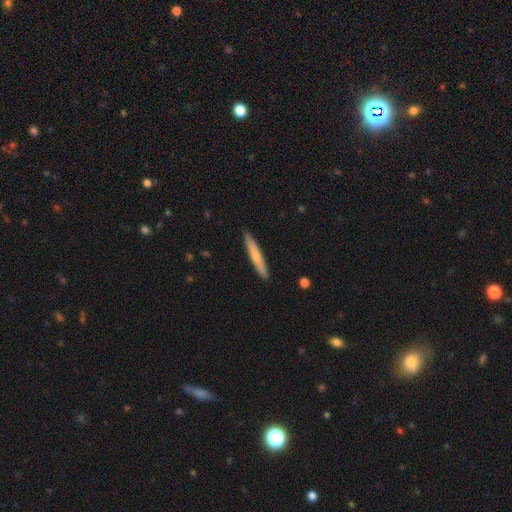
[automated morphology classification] Smooth or featured? smooth (62%)
How rounded? cigar-shaped (95%)
Merging? none (91%)